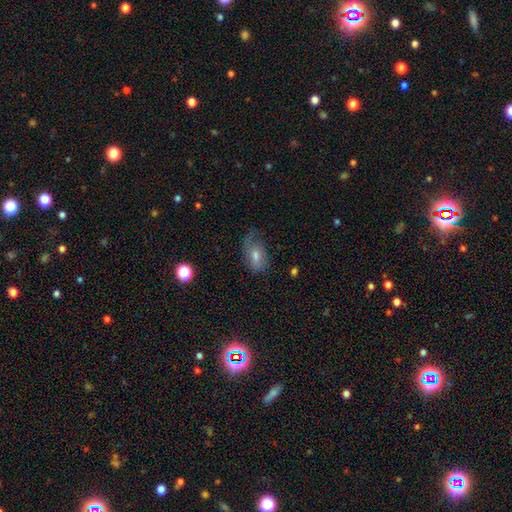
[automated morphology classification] Overall: smooth (48%; featured or disk 38%). Merging: none (57%; minor disturbance 27%).